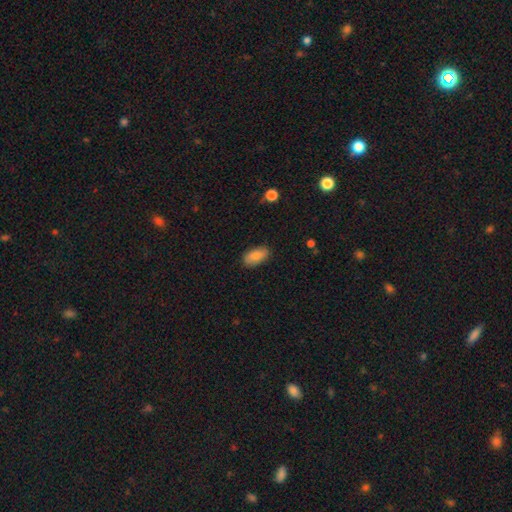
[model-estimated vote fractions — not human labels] smooth_or_featured: smooth (p=0.81) [alt: featured or disk p=0.12]
how_rounded: in between (p=0.92) [alt: cigar-shaped p=0.05]
merging: none (p=0.86) [alt: minor disturbance p=0.11]